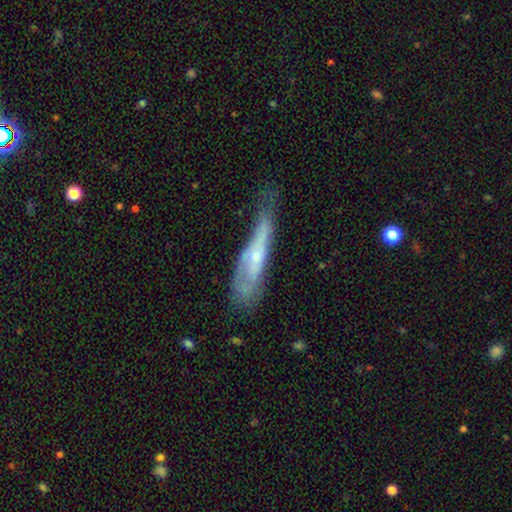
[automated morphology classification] featured or disk 59%, smooth 34%, star or artifact 7%. Down the decision tree: edge-on disk — no (50%, tied with yes); merging — none (42%).